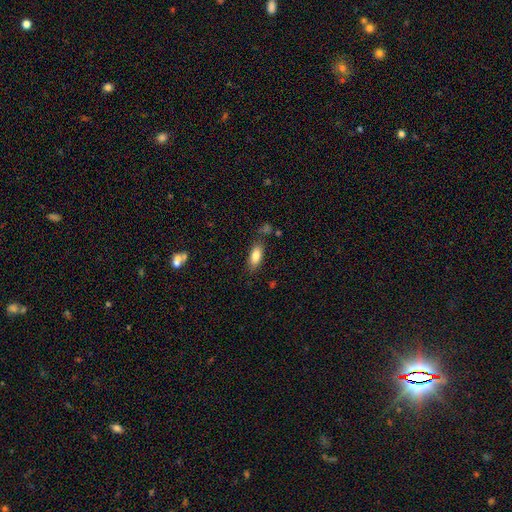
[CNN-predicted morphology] A smooth galaxy with no disk features (84%) that is in between round and cigar-shaped (83%).

Vote fractions:
- Smooth or featured? smooth: 84% / featured or disk: 9% / star or artifact: 7%
- How rounded? in between: 83% / cigar-shaped: 14% / round: 3%
- Merging? none: 76% / minor disturbance: 15% / major disturbance: 4% / merger: 4%